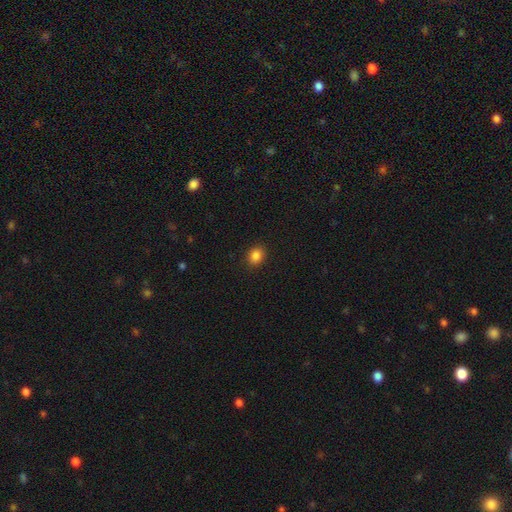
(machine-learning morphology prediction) smooth_or_featured: smooth (p=0.86) [alt: star or artifact p=0.11]
how_rounded: round (p=0.54) [alt: in between p=0.45]
merging: none (p=0.90) [alt: minor disturbance p=0.07]